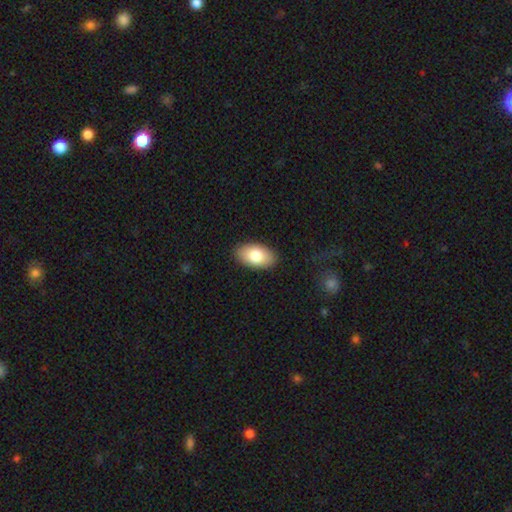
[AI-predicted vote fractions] smooth_or_featured: smooth (p=0.81) [alt: featured or disk p=0.13]
how_rounded: in between (p=0.94) [alt: round p=0.04]
merging: none (p=0.89) [alt: minor disturbance p=0.08]